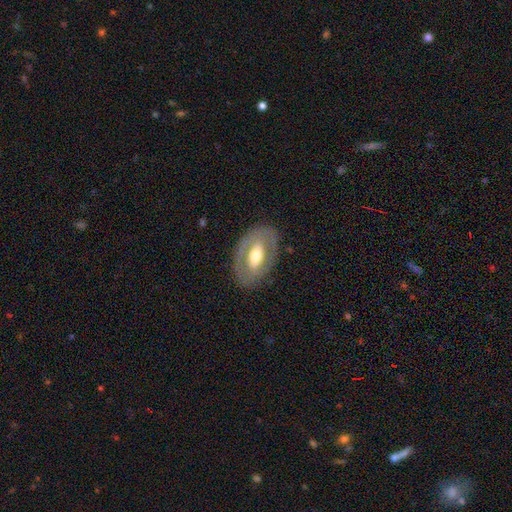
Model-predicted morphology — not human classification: Smooth or featured? Predicted: featured or disk (p=0.59). Edge-on disk? Predicted: no (p=0.90). Bar? Predicted: no (p=0.48). Spiral arms? Predicted: no (p=0.76). Bulge size? Predicted: moderate (p=0.62). Merging? Predicted: none (p=0.80).